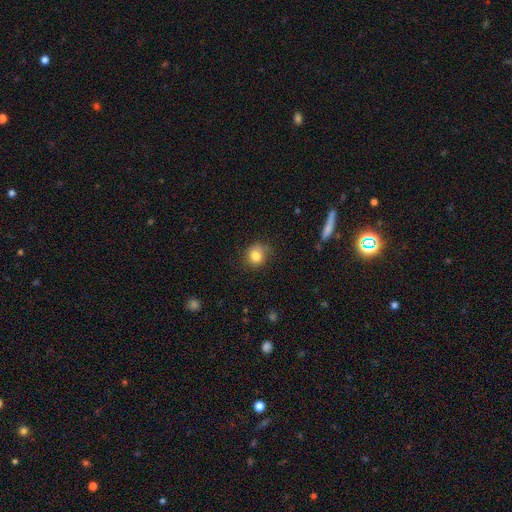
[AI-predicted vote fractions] Smooth or featured: smooth — 82% (star or artifact — 10%)
How rounded: round — 80% (in between — 19%)
Merging: none — 74% (minor disturbance — 19%)